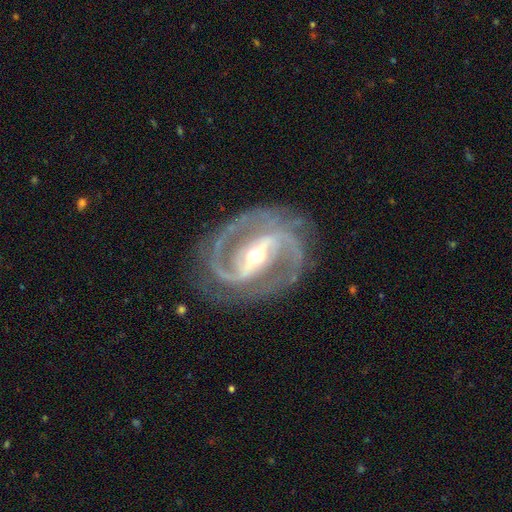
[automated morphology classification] type=featured or disk (93%); edge-on=no (97%); bar=strong (65%); spiral arms=yes (98%); winding=medium (53%); arm count=2 (84%); bulge=moderate (57%); merging=none (79%).